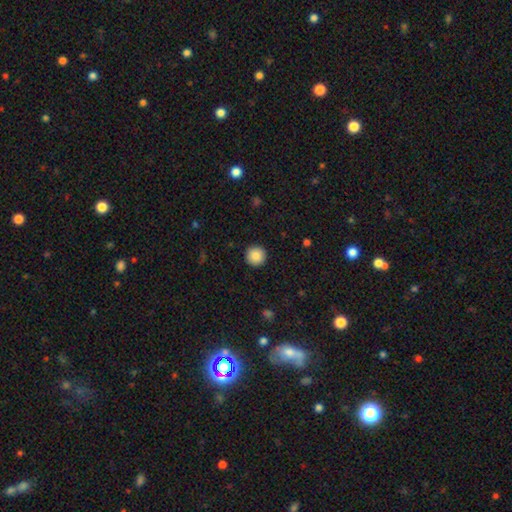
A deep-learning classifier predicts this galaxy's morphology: Overall: smooth (87%). How rounded: round (96%). Merging: none (93%).